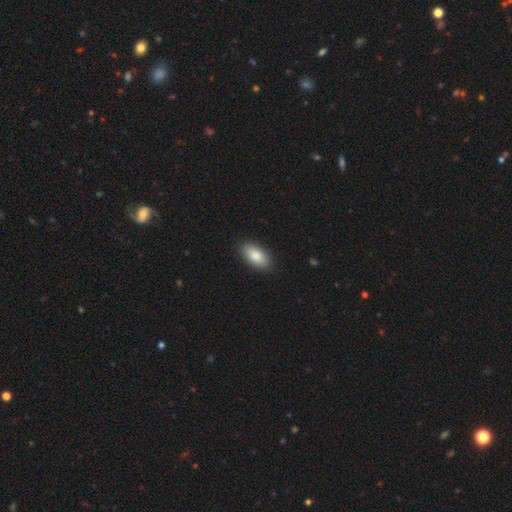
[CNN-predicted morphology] smooth-or-featured: smooth: 87% | featured or disk: 7% | star or artifact: 6%
  how-rounded: in between: 93% | cigar-shaped: 5% | round: 3%
  merging: none: 89% | minor disturbance: 8% | major disturbance: 2% | merger: 1%